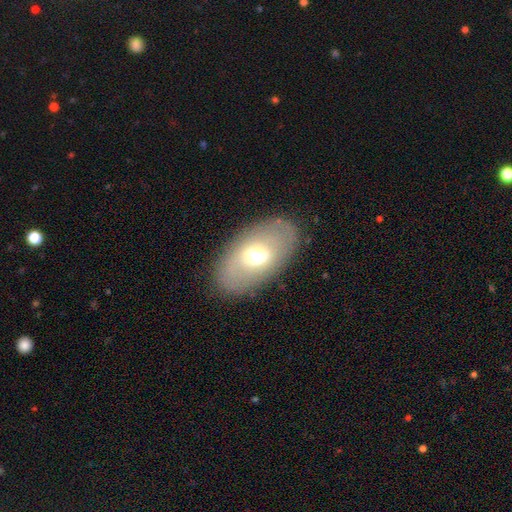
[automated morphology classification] smooth-or-featured: smooth: 55% | featured or disk: 36% | star or artifact: 9%
  how-rounded: in between: 89% | round: 9% | cigar-shaped: 2%
  merging: none: 83% | minor disturbance: 10% | major disturbance: 5% | merger: 1%